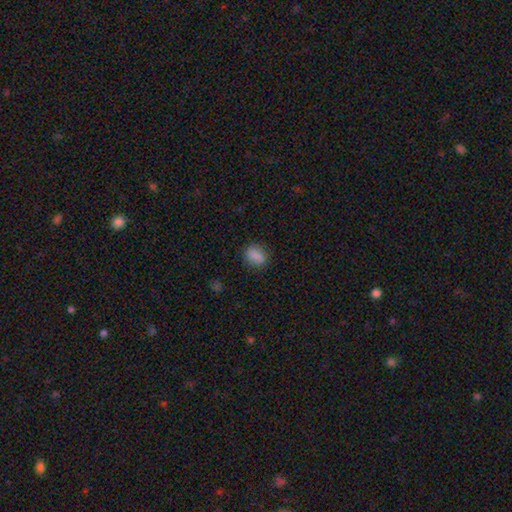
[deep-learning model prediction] smooth 86%, star or artifact 9%, featured or disk 5%. Down the decision tree: how rounded — in between (70%); merging — none (85%).